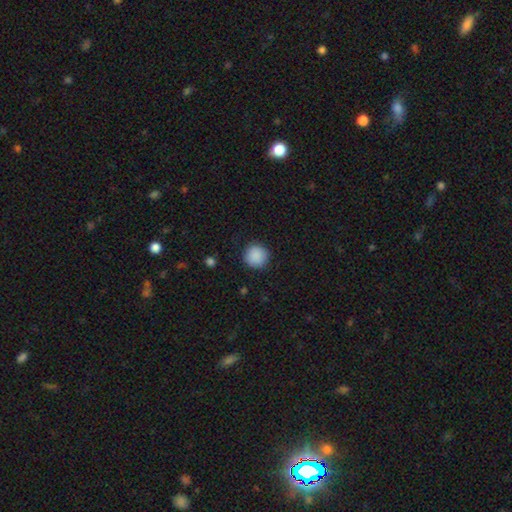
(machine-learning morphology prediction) Q: Smooth or featured?
A: smooth (89%); runner-up: star or artifact (9%)
Q: How rounded?
A: round (94%); runner-up: in between (5%)
Q: Merging?
A: none (90%); runner-up: minor disturbance (7%)